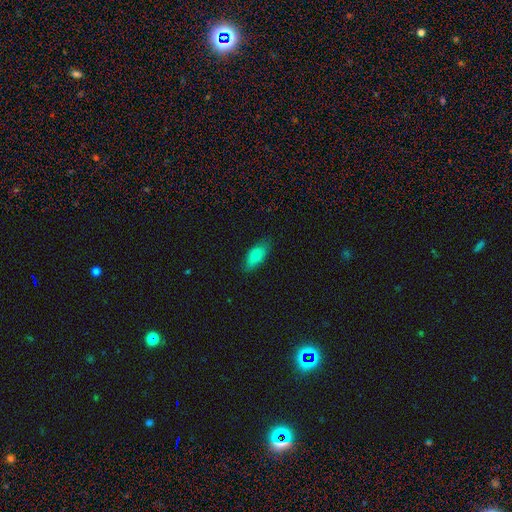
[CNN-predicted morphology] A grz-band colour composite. It shows a smooth galaxy with no disk features (80%) that is in between round and cigar-shaped (85%). Merging: none (79%).